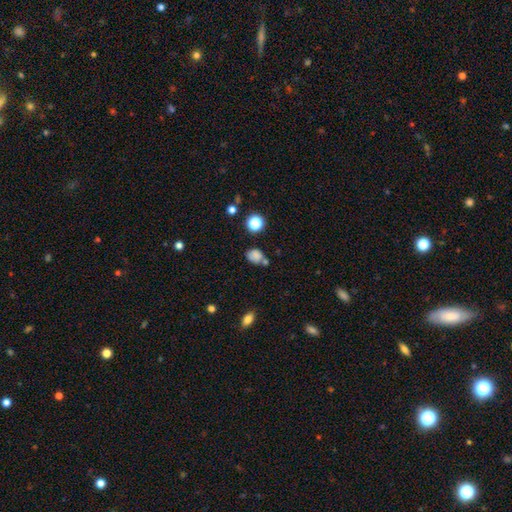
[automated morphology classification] smooth-or-featured: smooth: 78% | star or artifact: 14% | featured or disk: 8%
  how-rounded: in between: 54% | round: 44% | cigar-shaped: 1%
  merging: none: 57% | minor disturbance: 19% | merger: 18% | major disturbance: 6%